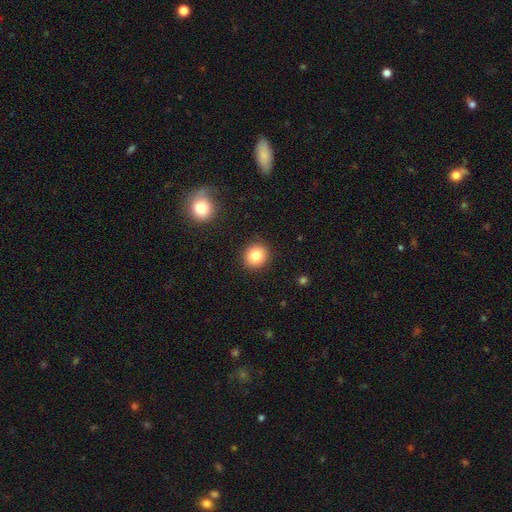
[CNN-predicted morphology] A smooth galaxy with no disk features (82%) that is round (86%). Merging: none (91%).